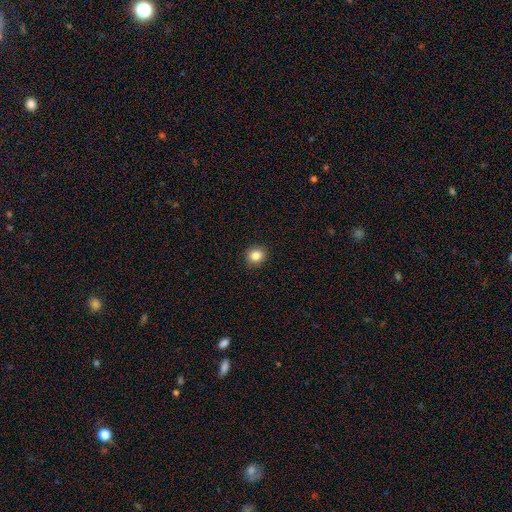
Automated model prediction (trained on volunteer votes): A smooth galaxy with no disk features (84%) that is round (85%).

Vote fractions:
- Smooth or featured? smooth: 84% / star or artifact: 11% / featured or disk: 5%
- How rounded? round: 85% / in between: 14% / cigar-shaped: 1%
- Merging? none: 91% / minor disturbance: 6% / major disturbance: 2% / merger: 1%